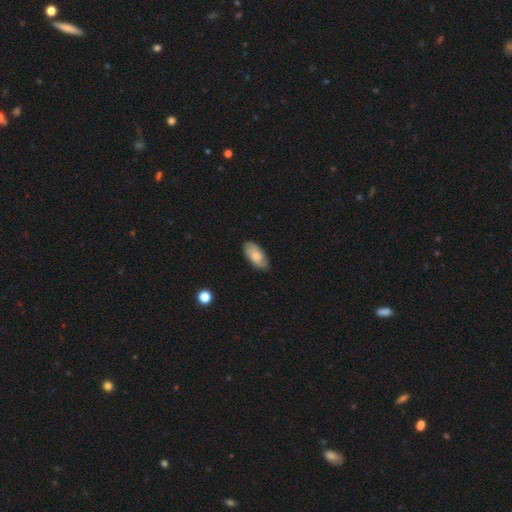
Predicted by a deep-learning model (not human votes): Morphology: type=smooth (64%); roundness=in between (92%); merging=none (81%).